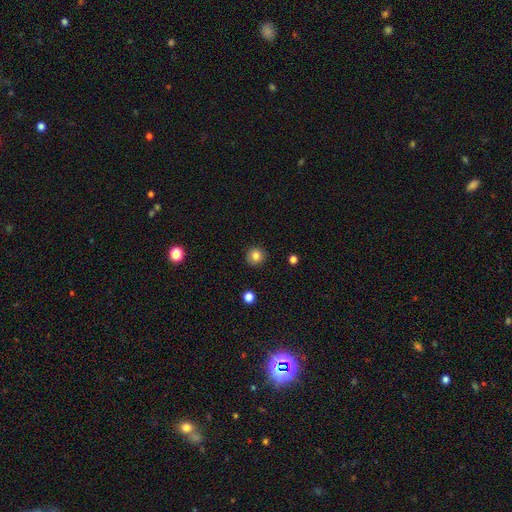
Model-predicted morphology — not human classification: Q: Smooth or featured?
A: smooth (82%); runner-up: star or artifact (11%)
Q: How rounded?
A: round (92%); runner-up: in between (7%)
Q: Merging?
A: none (90%); runner-up: minor disturbance (7%)